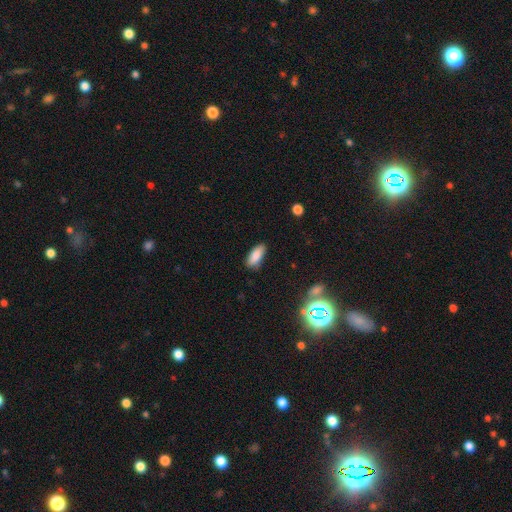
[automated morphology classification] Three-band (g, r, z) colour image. It shows a smooth galaxy with no disk features (86%) that is in between round and cigar-shaped (83%). Merging: none (81%).